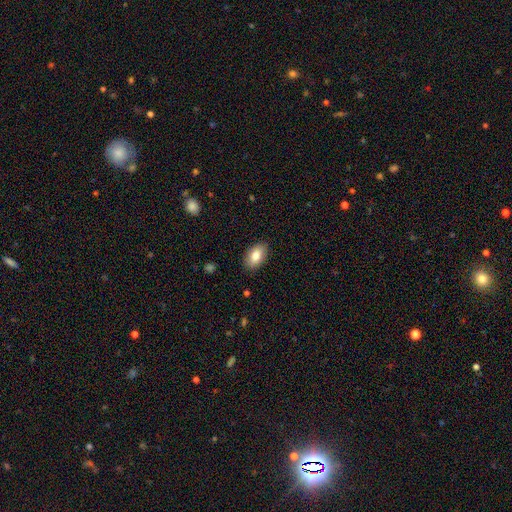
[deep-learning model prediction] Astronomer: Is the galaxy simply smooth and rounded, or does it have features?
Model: smooth — 82%.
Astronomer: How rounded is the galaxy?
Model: in between — 92%.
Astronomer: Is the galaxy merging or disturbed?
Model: none — 88%.